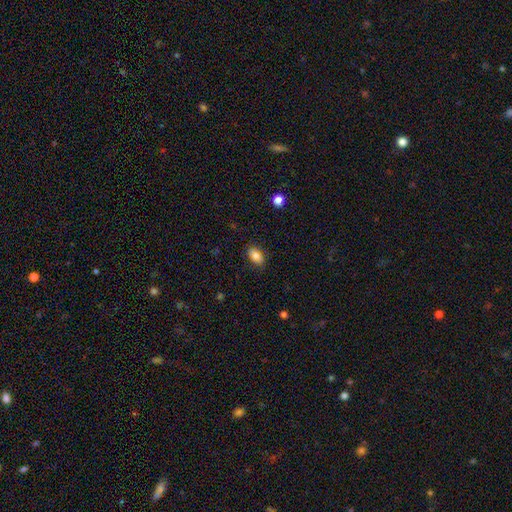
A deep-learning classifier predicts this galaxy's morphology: type=smooth (81%); roundness=in between (90%); merging=none (85%).